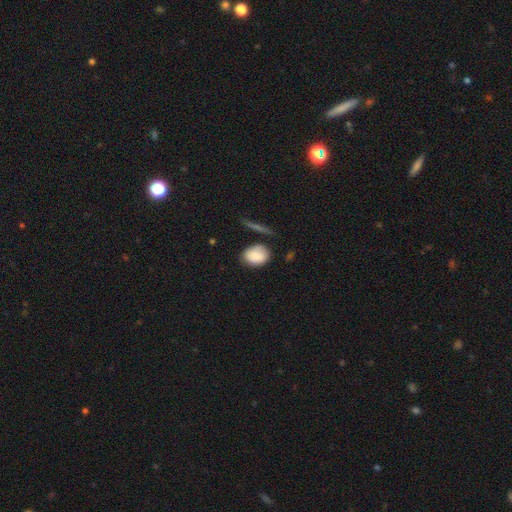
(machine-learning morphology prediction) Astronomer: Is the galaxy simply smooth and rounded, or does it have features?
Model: smooth — 86%.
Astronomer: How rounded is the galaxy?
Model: in between — 70%.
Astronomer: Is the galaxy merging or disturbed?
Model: none — 64%.